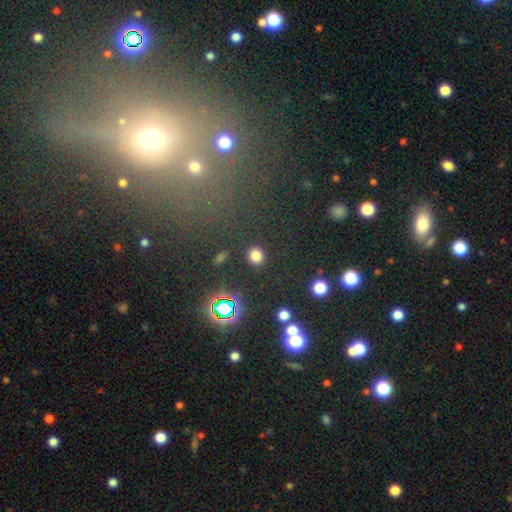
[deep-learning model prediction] A smooth galaxy with no disk features (78%) that is round (83%). Merging: none (89%).